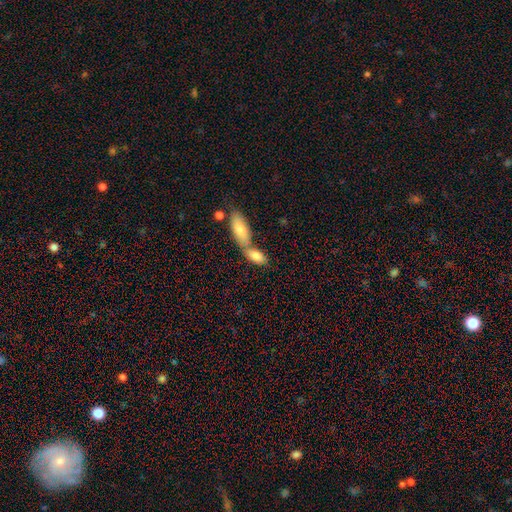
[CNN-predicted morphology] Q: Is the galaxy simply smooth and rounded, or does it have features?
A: smooth — 81%.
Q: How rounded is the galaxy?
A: in between — 84%.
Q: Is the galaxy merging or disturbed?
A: merger — 56%.